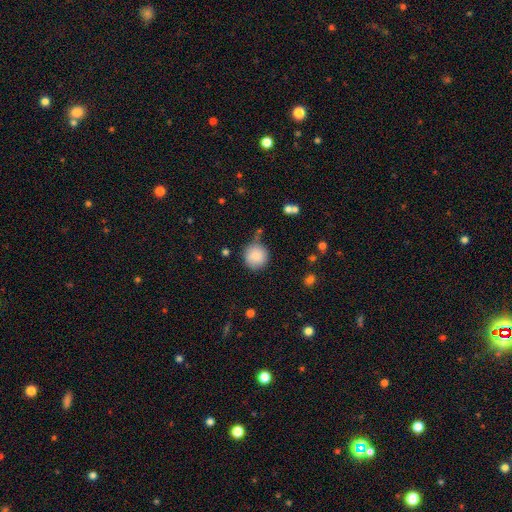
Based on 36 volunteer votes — smooth 94%, featured or disk 3%, star or artifact 3%. Down the decision tree: how rounded — round (94%); merging — none (74%).